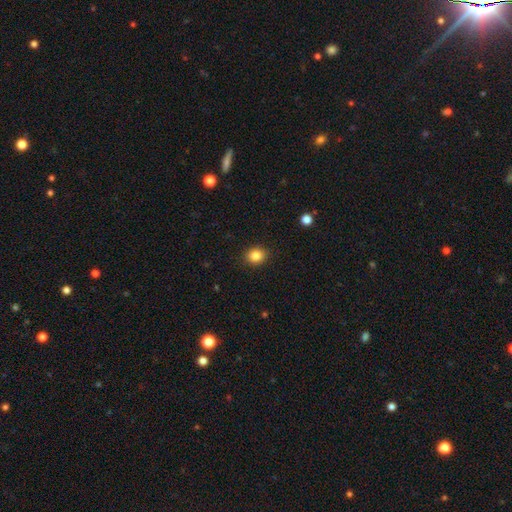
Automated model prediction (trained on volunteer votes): A smooth galaxy with no disk features (84%) that is round (70%).

Vote fractions:
- Smooth or featured? smooth: 84% / star or artifact: 10% / featured or disk: 5%
- How rounded? round: 70% / in between: 29% / cigar-shaped: 1%
- Merging? none: 90% / minor disturbance: 7% / major disturbance: 2% / merger: 1%